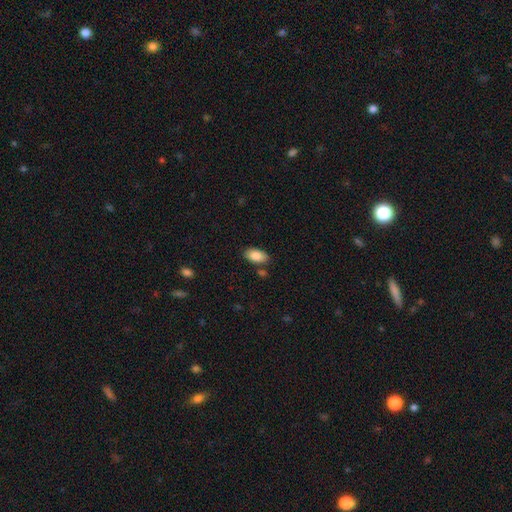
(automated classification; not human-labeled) A smooth galaxy with no disk features (85%) that is in between round and cigar-shaped (94%).

Vote fractions:
- Smooth or featured? smooth: 85% / featured or disk: 8% / star or artifact: 7%
- How rounded? in between: 94% / round: 4% / cigar-shaped: 2%
- Merging? none: 80% / minor disturbance: 12% / merger: 5% / major disturbance: 3%